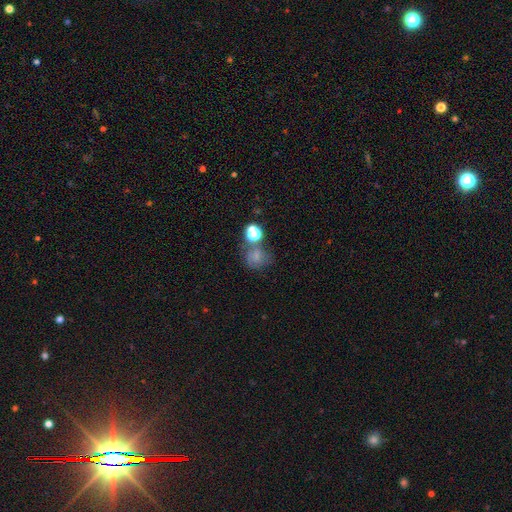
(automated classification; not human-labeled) This appears to be a smooth galaxy with no disk features (59%) that is round (69%). Merging: none (45%).